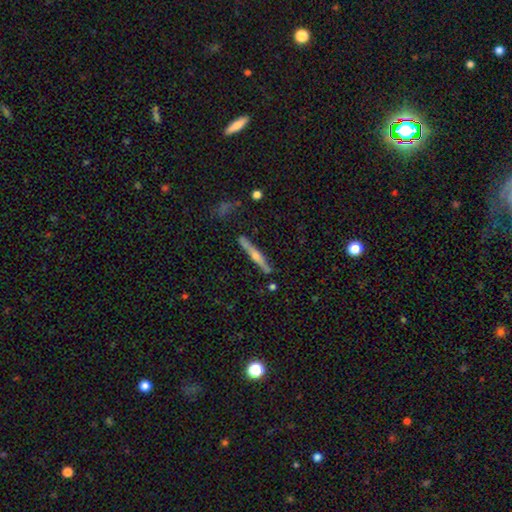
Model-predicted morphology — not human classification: The model was most divided on "smooth or featured": featured or disk: 61%, smooth: 32%, star or artifact: 7%. More confident: edge-on disk — yes (96%); merging — none (84%); edge-on bulge — rounded (82%).